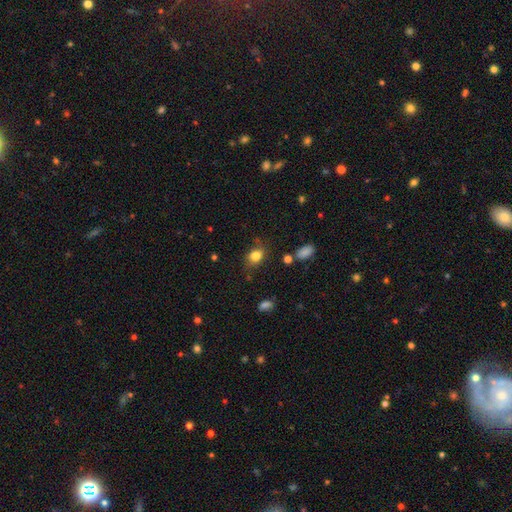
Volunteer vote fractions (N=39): Overall: smooth (82%). How rounded: in between (66%; round 34%). Merging: none (81%).